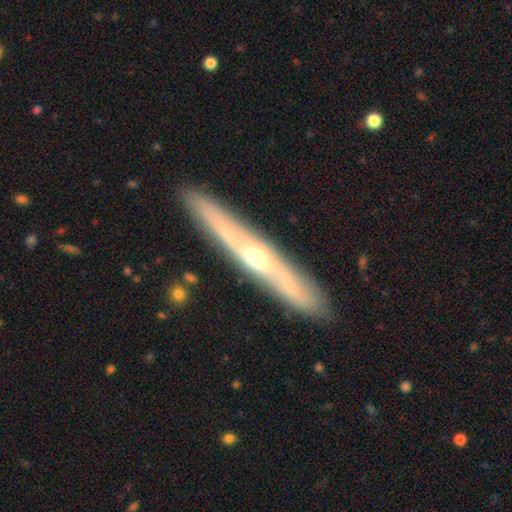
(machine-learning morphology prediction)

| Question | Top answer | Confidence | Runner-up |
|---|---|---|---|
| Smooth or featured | featured or disk | 74% | smooth (20%) |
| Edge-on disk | yes | 83% | no (17%) |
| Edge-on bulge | rounded | 82% | none (16%) |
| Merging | none | 89% | minor disturbance (8%) |